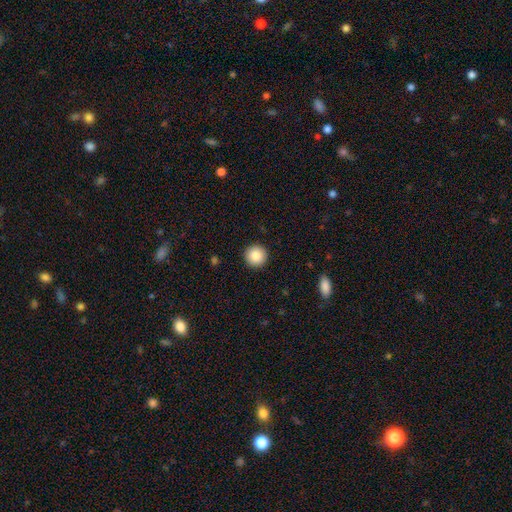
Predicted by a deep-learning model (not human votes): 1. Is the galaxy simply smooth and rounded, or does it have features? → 86% smooth, 8% star or artifact, 6% featured or disk.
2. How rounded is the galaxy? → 96% round, 3% in between, 1% cigar-shaped.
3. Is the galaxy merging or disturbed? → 93% none, 5% minor disturbance, 2% major disturbance, 1% merger.